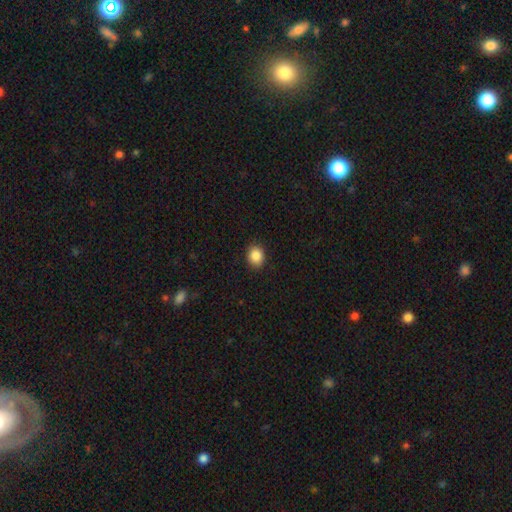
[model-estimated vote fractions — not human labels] smooth 88%, star or artifact 9%, featured or disk 4%. Down the decision tree: how rounded — round (59%); merging — none (89%).